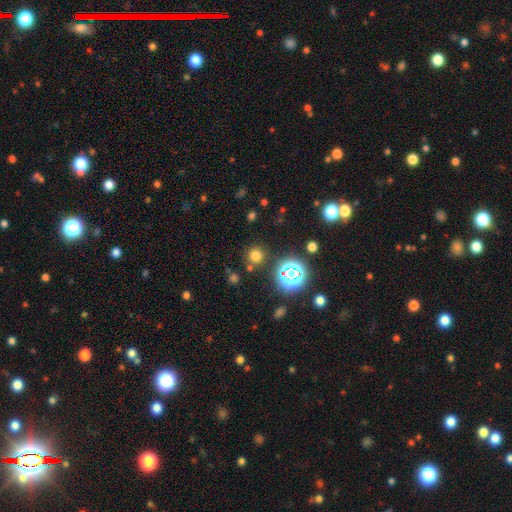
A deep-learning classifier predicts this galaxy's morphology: This is likely a smooth galaxy (68%). How rounded: clearly round (92%). Merging: clearly none (84%).